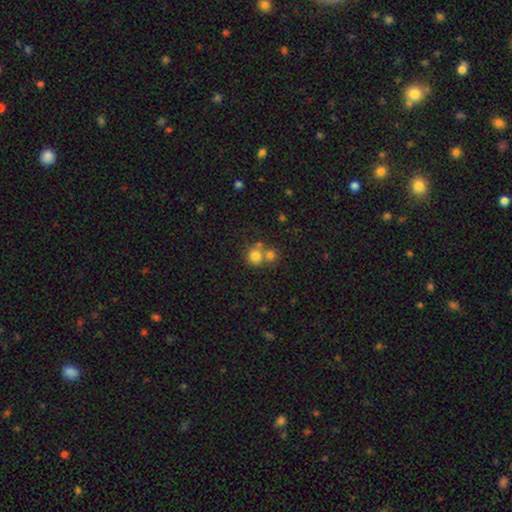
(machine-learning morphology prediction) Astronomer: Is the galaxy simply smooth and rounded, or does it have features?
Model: smooth — 77%.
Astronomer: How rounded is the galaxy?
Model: round — 87%.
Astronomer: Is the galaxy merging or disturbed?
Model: none — 48% (runner-up: merger, 42%).